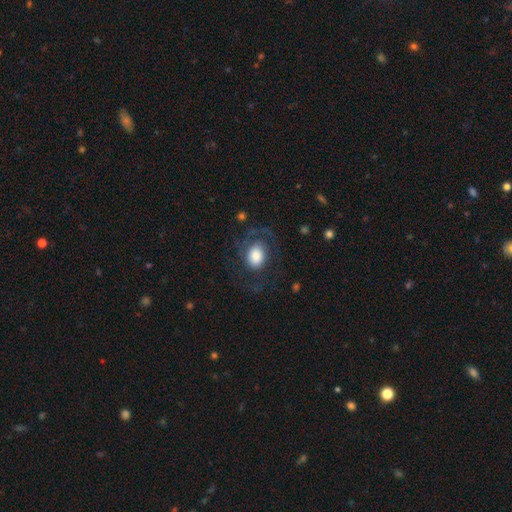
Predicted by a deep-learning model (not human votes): A smooth galaxy with no disk features (49%). Merging: none (57%).